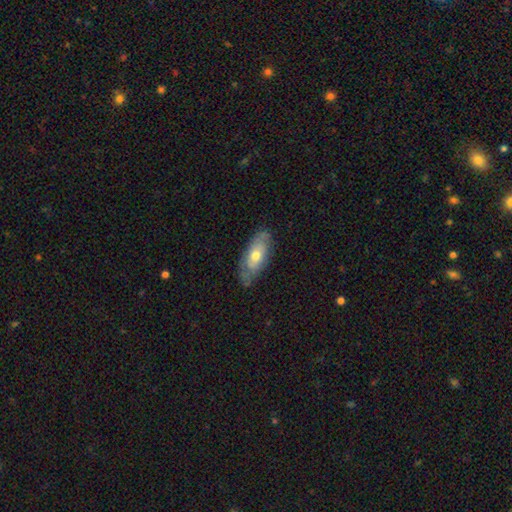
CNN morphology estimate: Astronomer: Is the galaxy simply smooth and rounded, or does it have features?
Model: smooth — 51% (runner-up: featured or disk, 43%).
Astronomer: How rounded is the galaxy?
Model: in between — 83%.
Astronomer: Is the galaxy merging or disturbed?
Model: none — 69%.